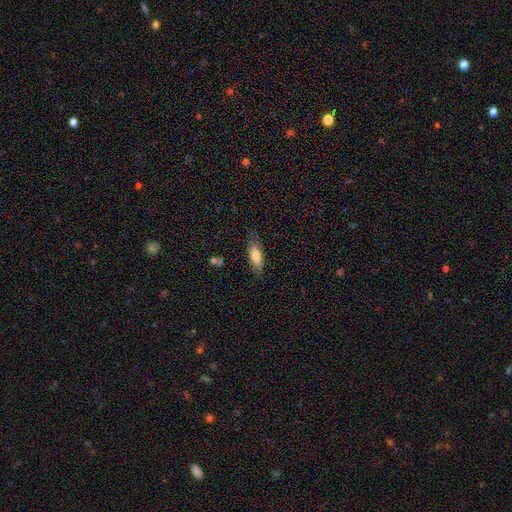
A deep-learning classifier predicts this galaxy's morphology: Q: Smooth or featured?
A: smooth (67%); runner-up: featured or disk (26%)
Q: How rounded?
A: in between (58%); runner-up: cigar-shaped (40%)
Q: Merging?
A: none (76%); runner-up: minor disturbance (18%)